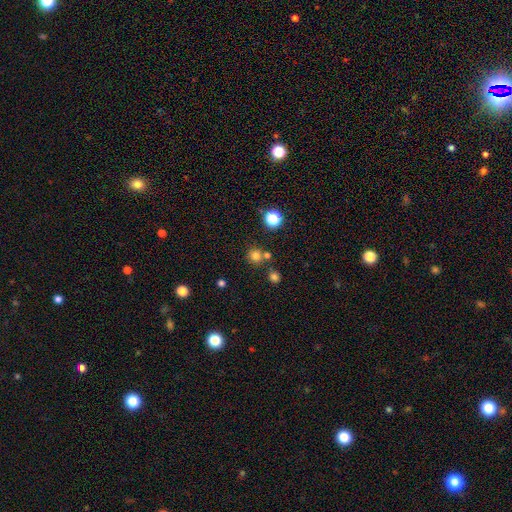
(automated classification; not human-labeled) A smooth galaxy with no disk features (73%) that is round (91%).

Vote fractions:
- Smooth or featured? smooth: 73% / star or artifact: 20% / featured or disk: 7%
- How rounded? round: 91% / in between: 8% / cigar-shaped: 1%
- Merging? none: 71% / merger: 18% / minor disturbance: 8% / major disturbance: 3%